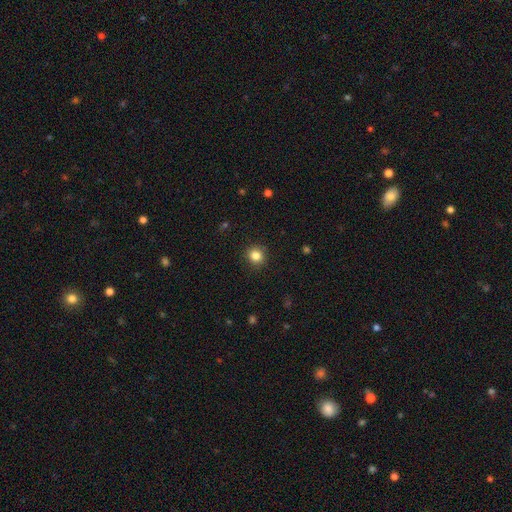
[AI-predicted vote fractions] The model was most divided on "smooth or featured": smooth: 84%, star or artifact: 11%, featured or disk: 5%. More confident: merging — none (91%); how rounded — round (91%).